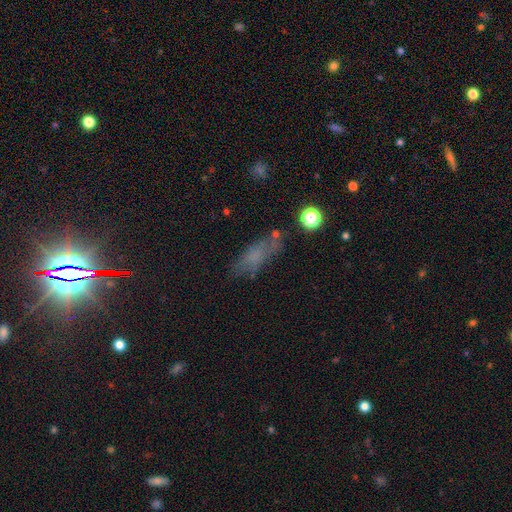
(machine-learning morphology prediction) Q: Smooth or featured?
A: smooth (60%); runner-up: featured or disk (22%)
Q: How rounded?
A: in between (56%); runner-up: cigar-shaped (38%)
Q: Merging?
A: none (65%); runner-up: minor disturbance (21%)